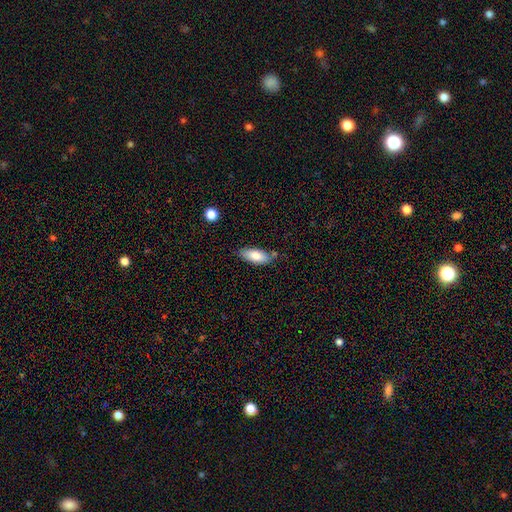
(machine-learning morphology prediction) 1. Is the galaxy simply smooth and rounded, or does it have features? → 79% smooth, 14% featured or disk, 7% star or artifact.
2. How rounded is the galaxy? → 83% in between, 14% cigar-shaped, 2% round.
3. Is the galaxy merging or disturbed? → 73% none, 19% minor disturbance, 5% merger, 3% major disturbance.